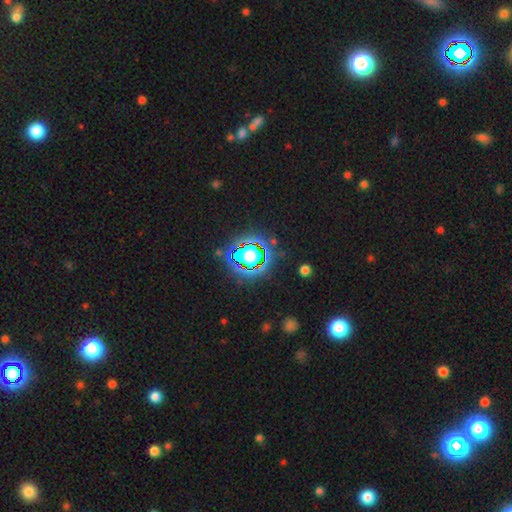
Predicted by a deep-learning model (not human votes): The model was most divided on "smooth or featured": star or artifact: 79%, smooth: 13%, featured or disk: 8%.